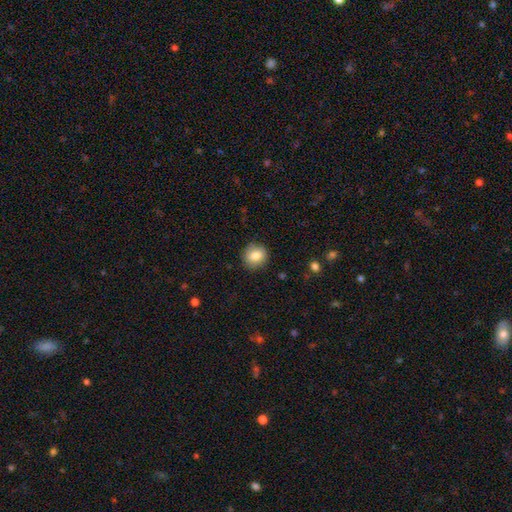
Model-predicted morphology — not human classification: Smooth or featured? smooth (82%)
How rounded? round (87%)
Merging? none (89%)